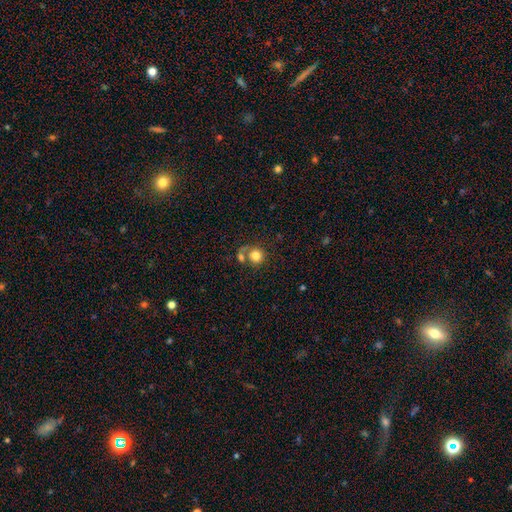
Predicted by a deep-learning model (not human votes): Smooth or featured? smooth (79%)
How rounded? round (87%)
Merging? none (53%)